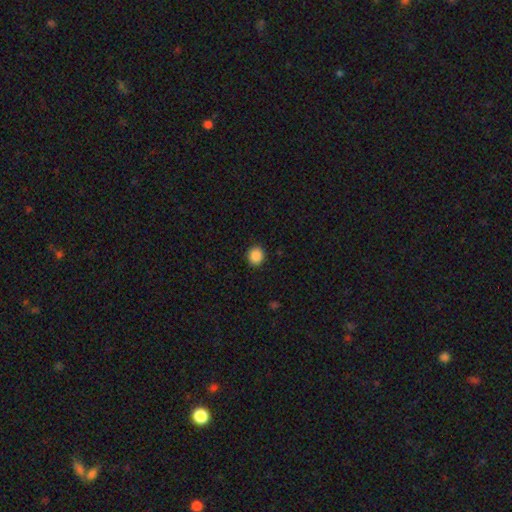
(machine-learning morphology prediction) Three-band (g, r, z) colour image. It shows a smooth galaxy with no disk features (88%) that is round (85%). Merging: none (91%).